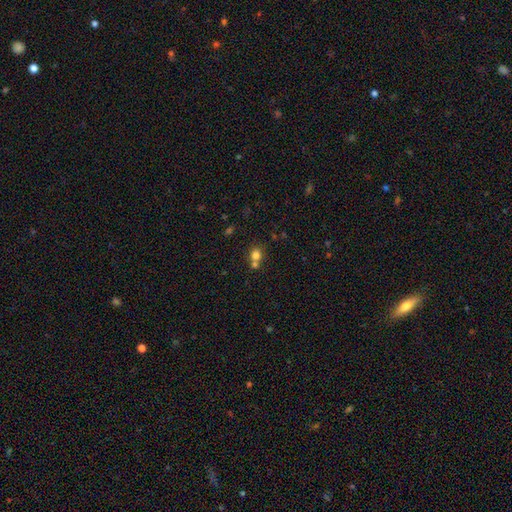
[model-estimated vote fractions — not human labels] Smooth or featured? smooth (75%)
How rounded? round (80%)
Merging? none (45%)